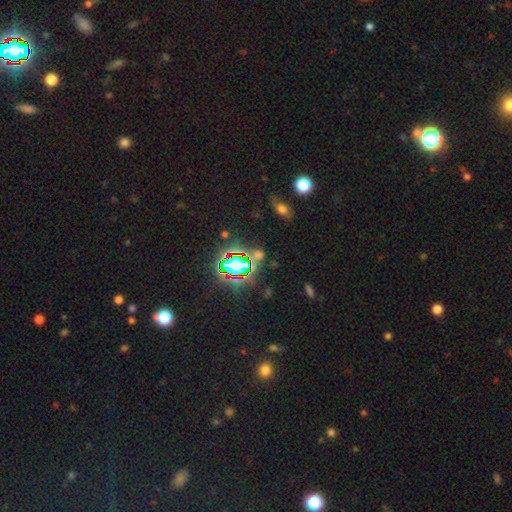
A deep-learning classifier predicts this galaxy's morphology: This is likely a star or artifact rather than a galaxy (69%).